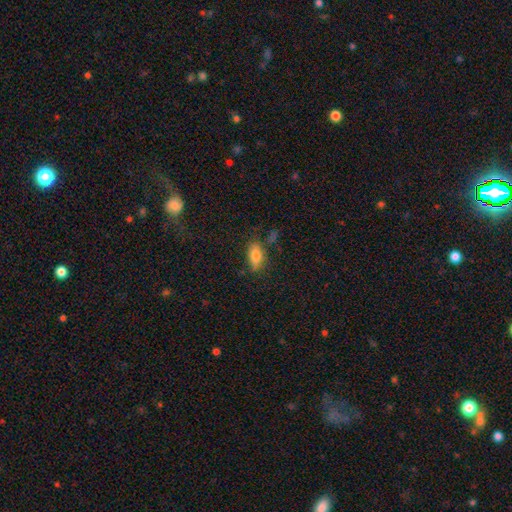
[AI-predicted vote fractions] This is likely a smooth galaxy (78%). How rounded: clearly in between (83%). Merging: likely none (67%).